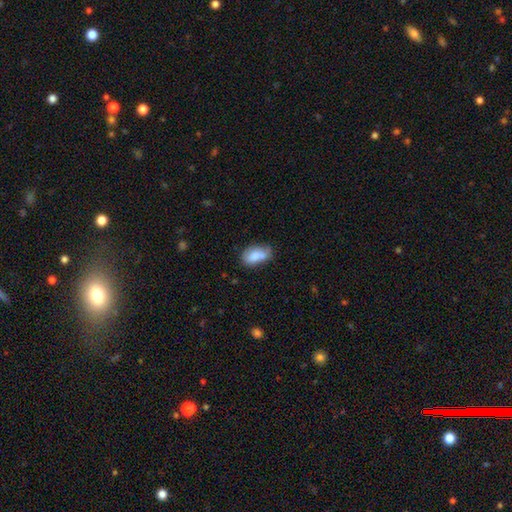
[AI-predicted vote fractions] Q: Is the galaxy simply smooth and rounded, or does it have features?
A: smooth — 78%.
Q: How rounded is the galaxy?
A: in between — 90%.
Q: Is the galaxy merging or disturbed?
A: none — 48%.